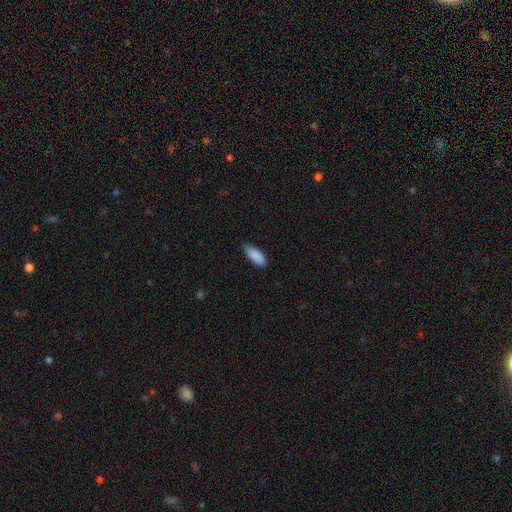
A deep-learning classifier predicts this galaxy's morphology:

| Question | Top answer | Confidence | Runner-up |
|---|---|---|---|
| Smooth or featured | smooth | 89% | star or artifact (6%) |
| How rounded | in between | 81% | cigar-shaped (17%) |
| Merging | none | 77% | minor disturbance (20%) |